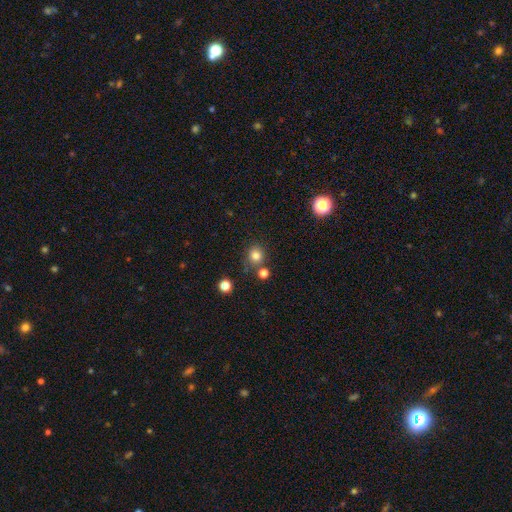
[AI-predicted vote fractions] Smooth or featured: smooth — 81% (star or artifact — 14%)
How rounded: round — 87% (in between — 12%)
Merging: none — 75% (merger — 12%)